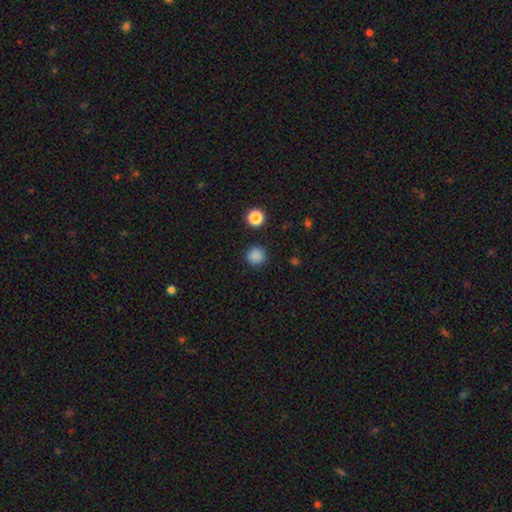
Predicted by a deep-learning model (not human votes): Smooth or featured: smooth — 85% (star or artifact — 13%)
How rounded: round — 93% (in between — 6%)
Merging: none — 90% (minor disturbance — 6%)